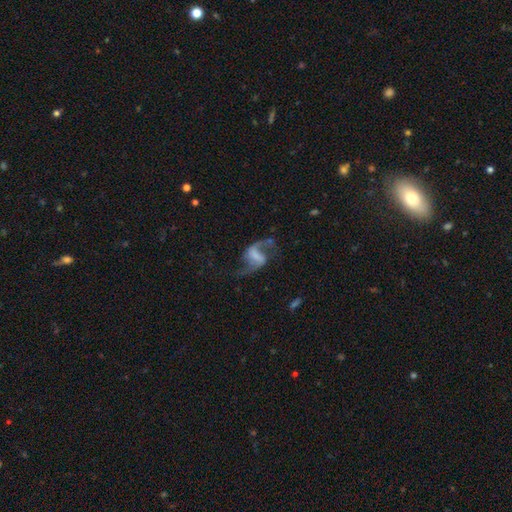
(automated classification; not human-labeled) Smooth or featured?
  - featured or disk: 86% *
  - smooth: 8%
  - star or artifact: 7%
Edge-on disk?
  - no: 98% *
  - yes: 2%
Bar?
  - weak: 44% *
  - strong: 39%
  - no: 17%
Spiral arms?
  - yes: 95% *
  - no: 5%
Spiral winding?
  - loose: 74% *
  - medium: 22%
  - tight: 4%
Spiral arm count?
  - 2: 93% *
  - 1: 3%
  - can't tell: 2%
  - 3: 1%
  - 4: 1%
  - more than 4: 1%
Bulge size?
  - none: 53% *
  - small: 21%
  - moderate: 16%
  - large: 9%
  - dominant: 2%
Merging?
  - none: 68% *
  - minor disturbance: 15%
  - major disturbance: 14%
  - merger: 3%